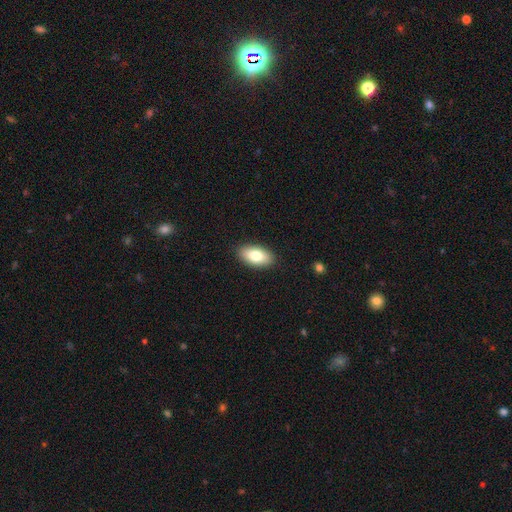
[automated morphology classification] Smooth or featured? Predicted: smooth (p=0.78). How rounded? Predicted: in between (p=0.92). Merging? Predicted: none (p=0.89).